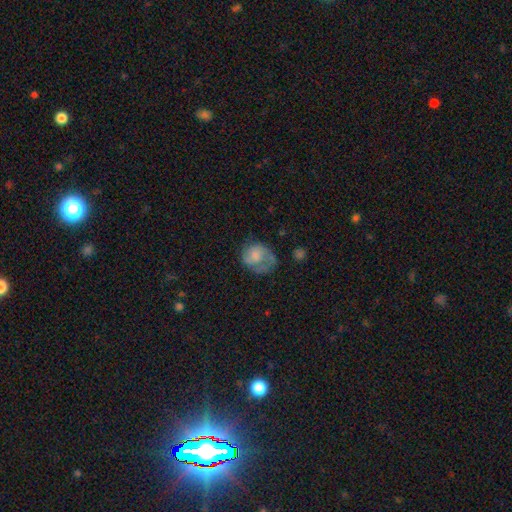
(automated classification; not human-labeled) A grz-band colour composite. It shows a smooth galaxy with no disk features (49%). Merging: none (43%).